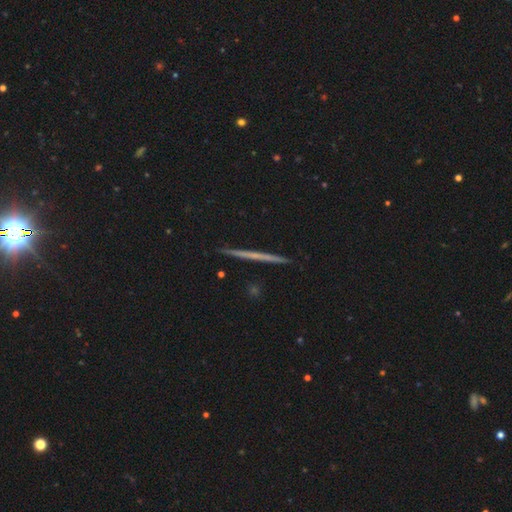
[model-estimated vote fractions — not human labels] featured or disk 56%, smooth 38%, star or artifact 6%. Down the decision tree: edge-on disk — yes (98%); edge-on bulge — none (90%); merging — none (93%).